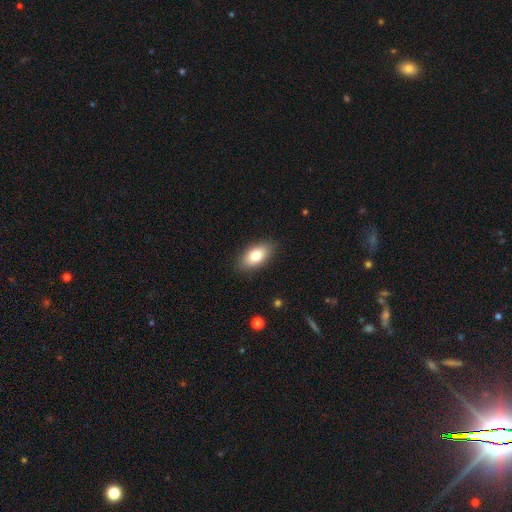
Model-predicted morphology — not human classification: Overall: smooth (80%). How rounded: in between (91%). Merging: none (87%).